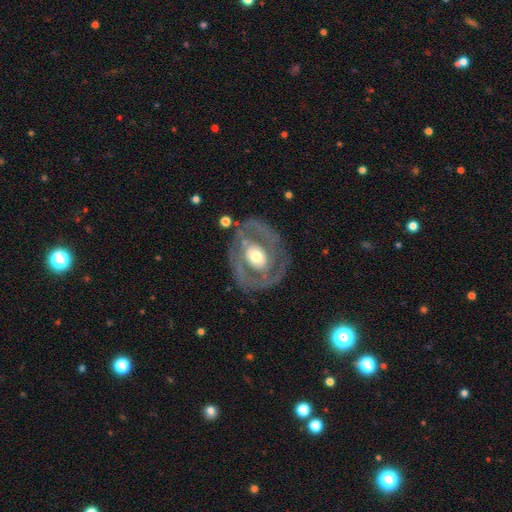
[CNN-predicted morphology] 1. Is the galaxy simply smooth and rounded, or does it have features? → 71% featured or disk, 24% smooth, 5% star or artifact.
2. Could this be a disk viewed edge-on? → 95% no, 5% yes.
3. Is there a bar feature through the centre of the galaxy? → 70% no, 20% weak, 10% strong.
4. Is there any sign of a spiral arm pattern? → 56% no, 44% yes.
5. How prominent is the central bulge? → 60% moderate, 25% large, 12% small, 2% dominant, 1% none.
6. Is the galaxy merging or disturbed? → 73% none, 14% minor disturbance, 10% major disturbance, 2% merger.